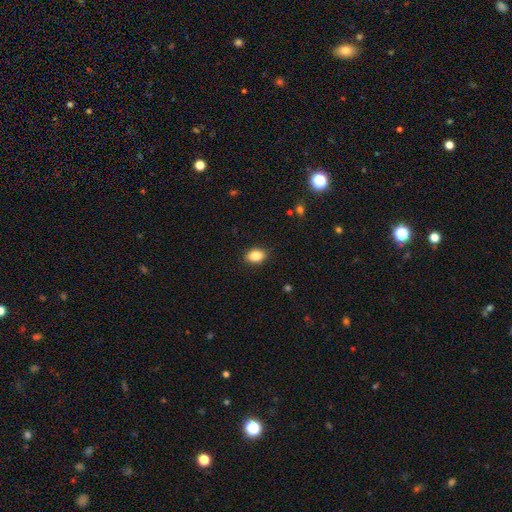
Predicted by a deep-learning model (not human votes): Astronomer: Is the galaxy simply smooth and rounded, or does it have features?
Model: smooth — 86%.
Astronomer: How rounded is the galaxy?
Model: in between — 76%.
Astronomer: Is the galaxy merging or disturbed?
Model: none — 87%.